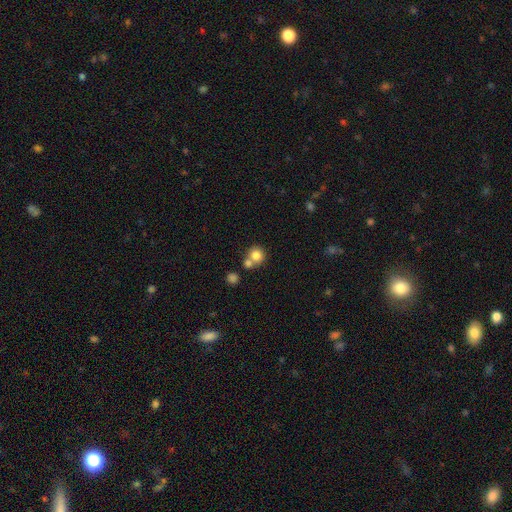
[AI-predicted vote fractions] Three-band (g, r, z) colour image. It shows a smooth galaxy with no disk features (80%) that is round (88%). Merging: none (50%).